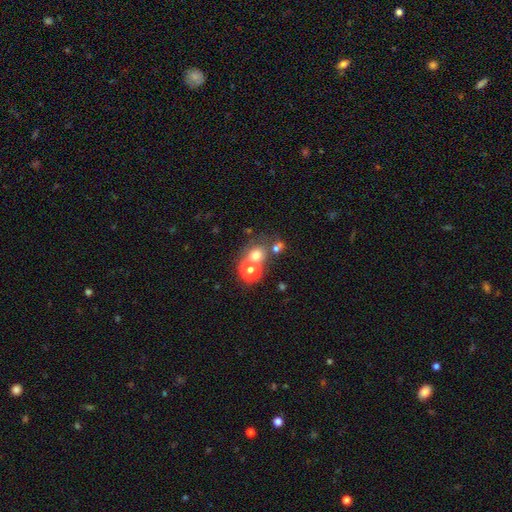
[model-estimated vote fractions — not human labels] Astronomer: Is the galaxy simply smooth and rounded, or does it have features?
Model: smooth — 67%.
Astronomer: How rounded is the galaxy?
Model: round — 80%.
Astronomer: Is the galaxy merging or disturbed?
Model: none — 54% (runner-up: merger, 33%).